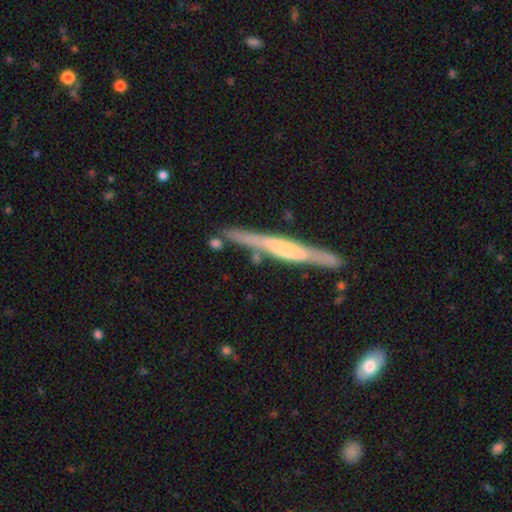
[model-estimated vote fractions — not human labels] Morphology: type=featured or disk (64%); edge-on=yes (93%); edge-on bulge=none (39%); merging=none (77%).